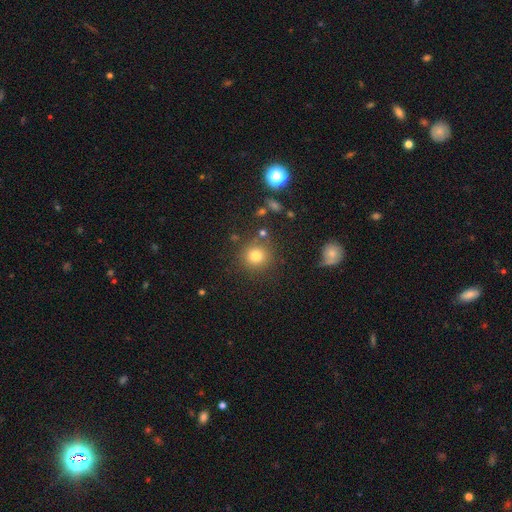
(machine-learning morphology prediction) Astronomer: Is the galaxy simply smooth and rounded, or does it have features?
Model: smooth — 78%.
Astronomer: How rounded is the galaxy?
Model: round — 93%.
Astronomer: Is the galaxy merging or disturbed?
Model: none — 84%.